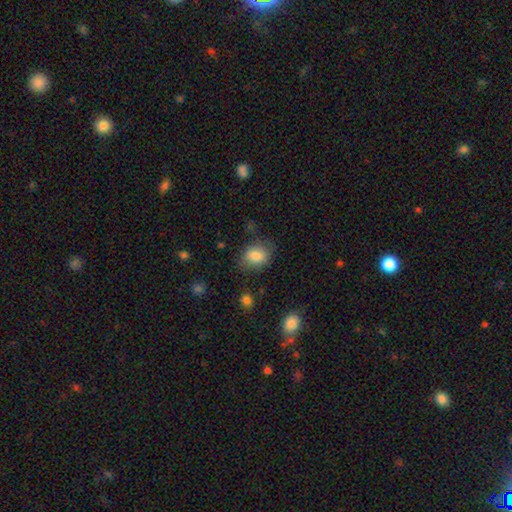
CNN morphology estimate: Overall: smooth (83%). How rounded: in between (62%; round 37%). Merging: none (72%).